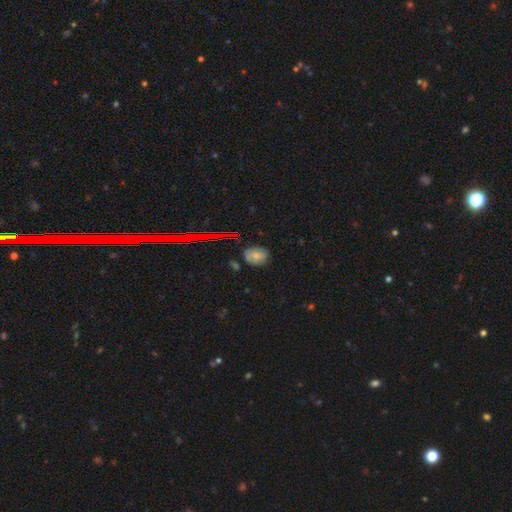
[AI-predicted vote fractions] This appears to be a smooth galaxy with no disk features (66%) that is in between round and cigar-shaped (56%). Merging: none (75%).